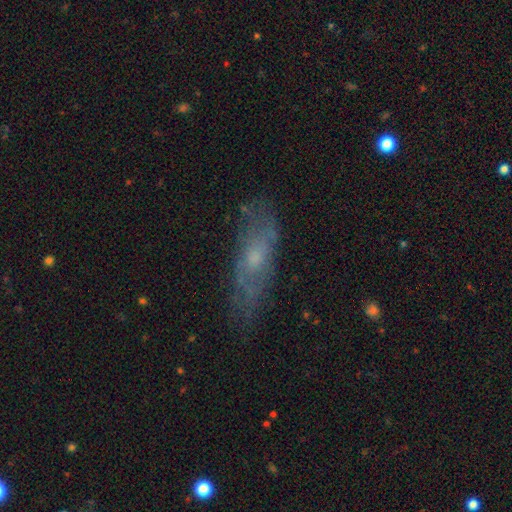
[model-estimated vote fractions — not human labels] Smooth or featured?
  - featured or disk: 49% *
  - smooth: 43%
  - star or artifact: 8%
Merging?
  - none: 65% *
  - minor disturbance: 23%
  - major disturbance: 10%
  - merger: 2%